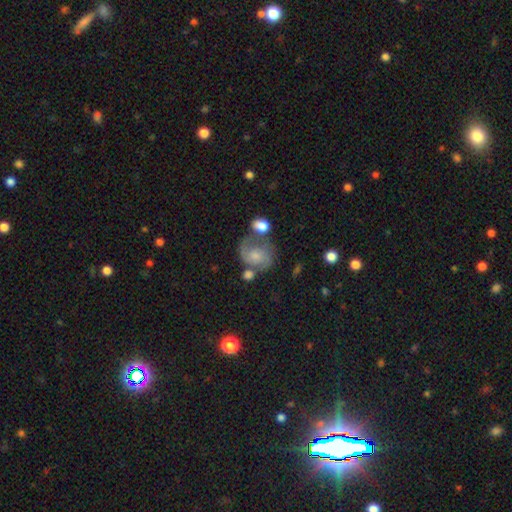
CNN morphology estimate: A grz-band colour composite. It shows a featured or disk galaxy (58%) with no bar (66%), spiral arms (85%) and a small central bulge (45%). Merging: none (40%).